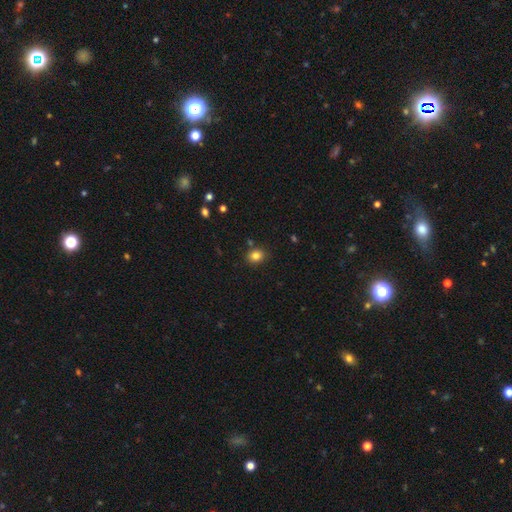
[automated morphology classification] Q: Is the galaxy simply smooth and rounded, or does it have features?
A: smooth — 83%.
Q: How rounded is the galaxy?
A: round — 58%.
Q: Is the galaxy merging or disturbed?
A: none — 83%.